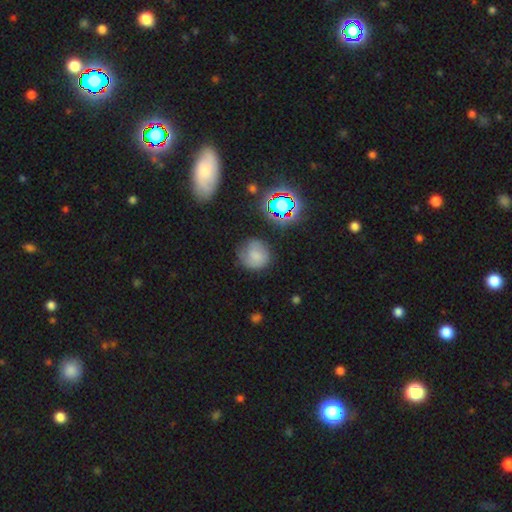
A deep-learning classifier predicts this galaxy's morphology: This appears to be a smooth galaxy with no disk features (61%) that is round (87%). Merging: none (65%).